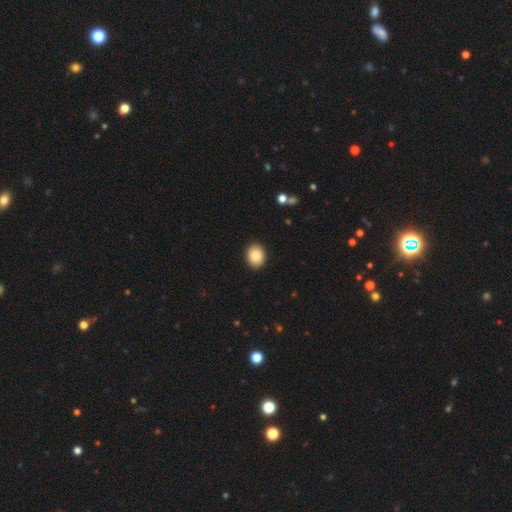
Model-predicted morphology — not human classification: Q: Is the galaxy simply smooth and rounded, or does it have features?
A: smooth — 87%.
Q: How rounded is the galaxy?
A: in between — 54%.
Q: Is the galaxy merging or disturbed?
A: none — 91%.